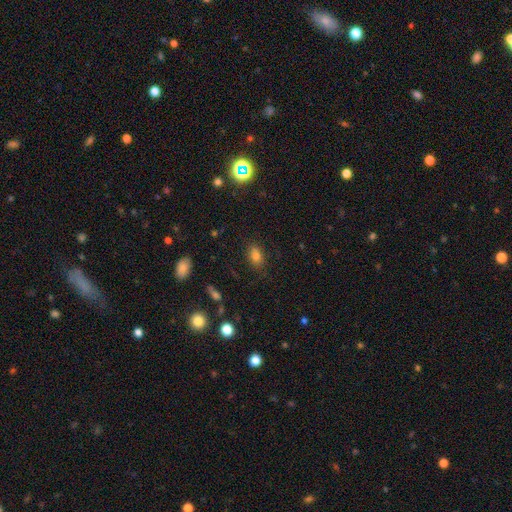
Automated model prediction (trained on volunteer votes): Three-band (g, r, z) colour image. It shows a smooth galaxy with no disk features (78%) that is in between round and cigar-shaped (82%). Merging: none (82%).